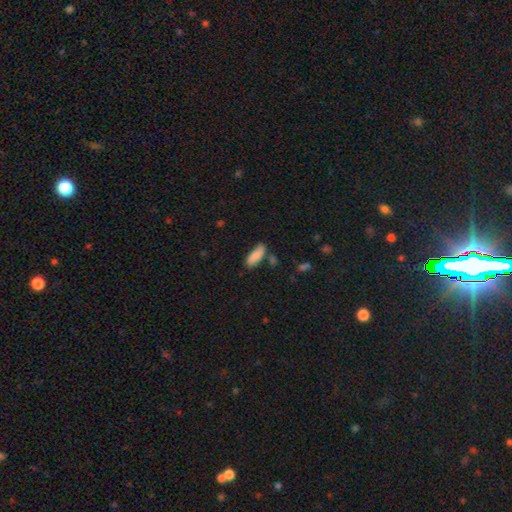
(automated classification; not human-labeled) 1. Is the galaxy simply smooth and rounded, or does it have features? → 86% smooth, 7% featured or disk, 7% star or artifact.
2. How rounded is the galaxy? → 70% in between, 29% cigar-shaped, 2% round.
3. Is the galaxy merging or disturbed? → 68% none, 19% minor disturbance, 8% merger, 4% major disturbance.